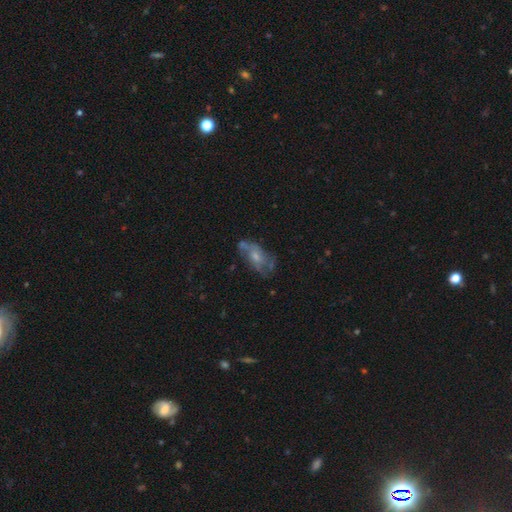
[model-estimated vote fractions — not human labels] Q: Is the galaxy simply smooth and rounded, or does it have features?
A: featured or disk — 62%.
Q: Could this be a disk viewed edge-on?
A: no — 92%.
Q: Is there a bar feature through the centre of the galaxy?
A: no — 71%.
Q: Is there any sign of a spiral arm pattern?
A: yes — 65%.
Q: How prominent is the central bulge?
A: small — 46%.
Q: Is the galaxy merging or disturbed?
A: none — 53%.